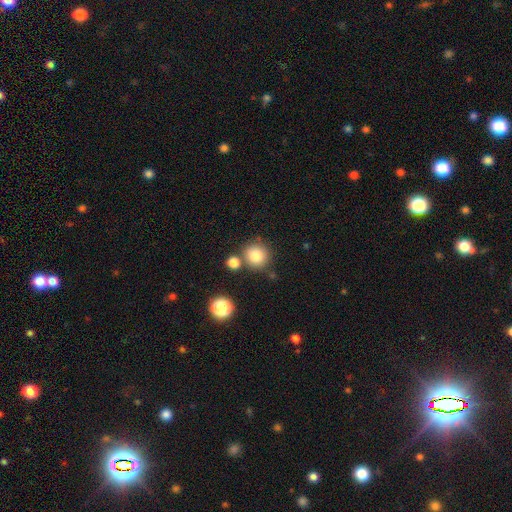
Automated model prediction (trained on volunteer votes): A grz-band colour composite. It shows a smooth galaxy with no disk features (81%) that is round (91%). Merging: none (74%).